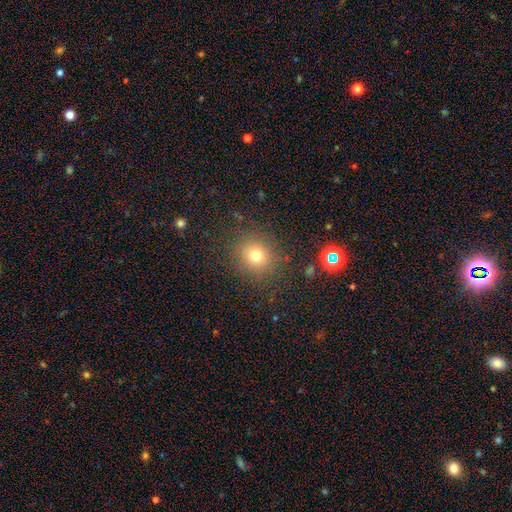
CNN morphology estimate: smooth 73%, star or artifact 18%, featured or disk 9%. Down the decision tree: how rounded — round (88%); merging — none (87%).